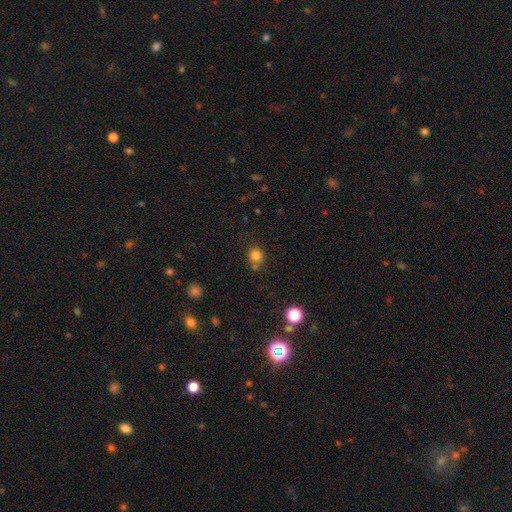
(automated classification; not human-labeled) Smooth or featured: smooth — 80% (star or artifact — 14%)
How rounded: round — 83% (in between — 16%)
Merging: none — 66% (merger — 16%)